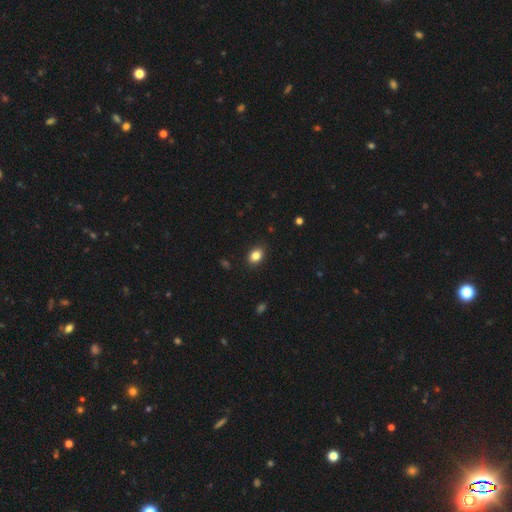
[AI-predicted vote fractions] This appears to be a smooth galaxy with no disk features (85%) that is in between round and cigar-shaped (63%). Merging: none (88%).